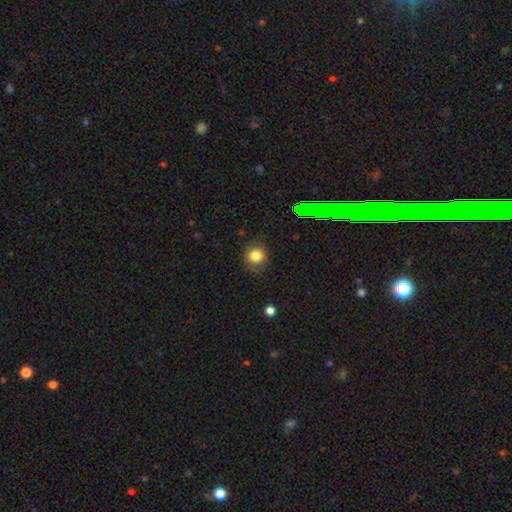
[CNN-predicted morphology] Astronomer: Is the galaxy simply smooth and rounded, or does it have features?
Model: smooth — 80%.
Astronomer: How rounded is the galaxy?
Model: round — 83%.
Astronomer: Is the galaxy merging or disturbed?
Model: none — 77%.